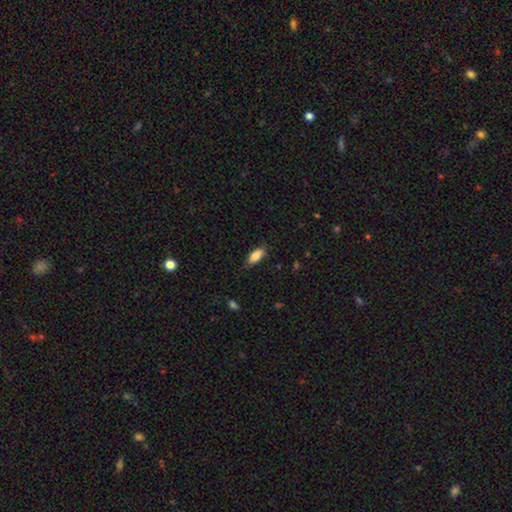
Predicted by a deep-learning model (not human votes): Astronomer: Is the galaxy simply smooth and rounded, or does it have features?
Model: smooth — 86%.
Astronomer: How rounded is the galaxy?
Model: in between — 81%.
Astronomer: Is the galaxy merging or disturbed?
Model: none — 78%.